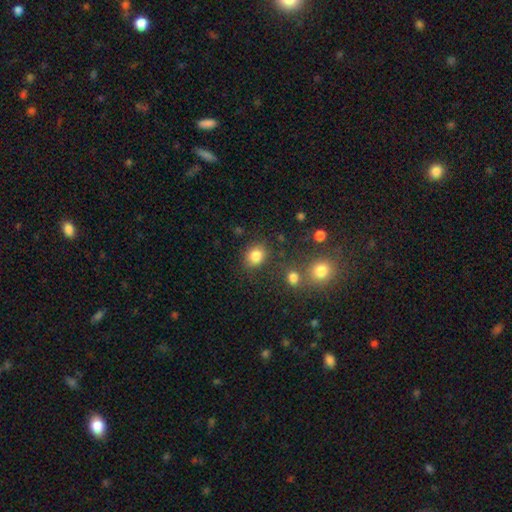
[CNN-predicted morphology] Smooth or featured: smooth — 84% (star or artifact — 11%)
How rounded: round — 61% (in between — 39%)
Merging: none — 77% (minor disturbance — 12%)